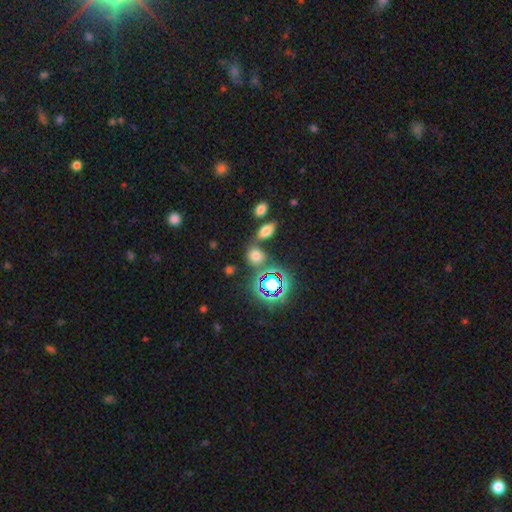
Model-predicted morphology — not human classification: Smooth or featured?
  - smooth: 62% *
  - star or artifact: 29%
  - featured or disk: 8%
How rounded?
  - round: 50% *
  - in between: 47%
  - cigar-shaped: 3%
Merging?
  - none: 67% *
  - merger: 18%
  - minor disturbance: 11%
  - major disturbance: 4%